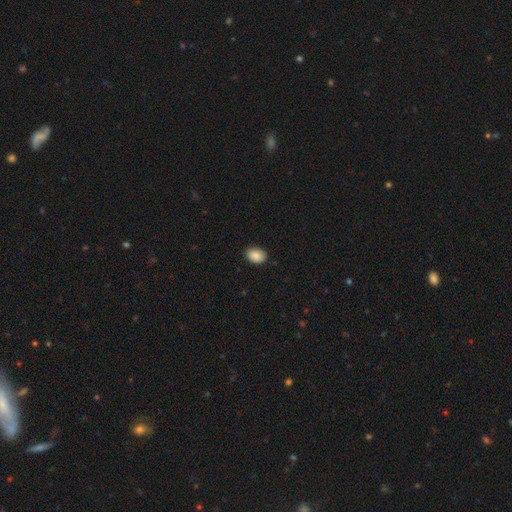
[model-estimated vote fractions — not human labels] Smooth or featured: smooth — 88% (star or artifact — 8%)
How rounded: in between — 76% (round — 23%)
Merging: none — 87% (minor disturbance — 10%)